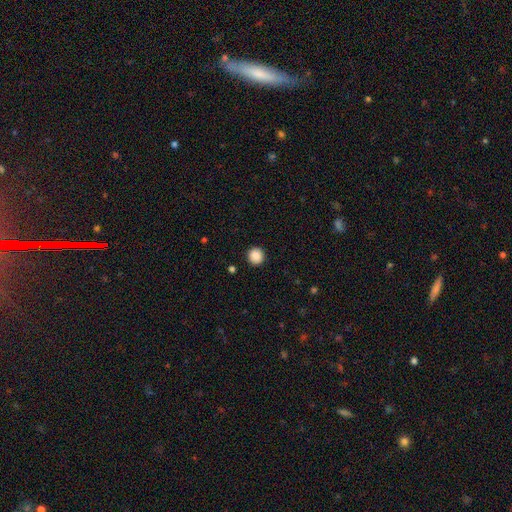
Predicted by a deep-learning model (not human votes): This is clearly a smooth galaxy (88%). How rounded: clearly round (94%). Merging: clearly none (92%).